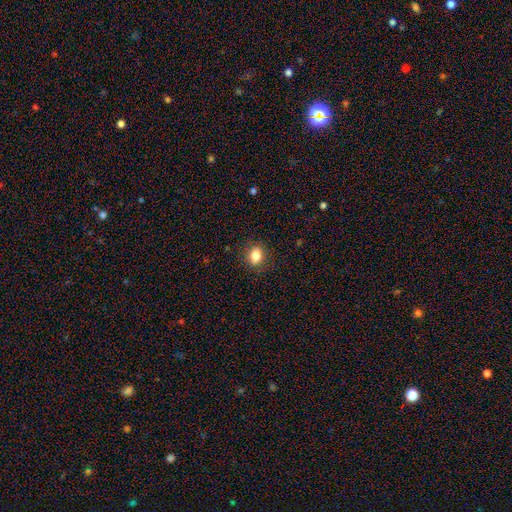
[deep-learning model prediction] smooth 83%, star or artifact 10%, featured or disk 7%. Down the decision tree: how rounded — in between (57%); merging — none (86%).